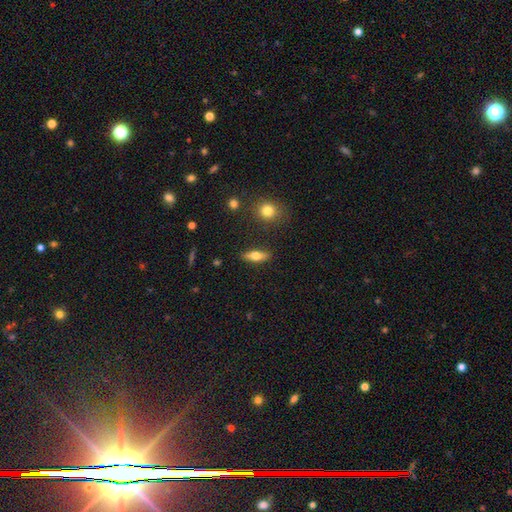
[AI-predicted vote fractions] Smooth or featured? Predicted: smooth (p=0.58). How rounded? Predicted: in between (p=0.56). Merging? Predicted: none (p=0.86).